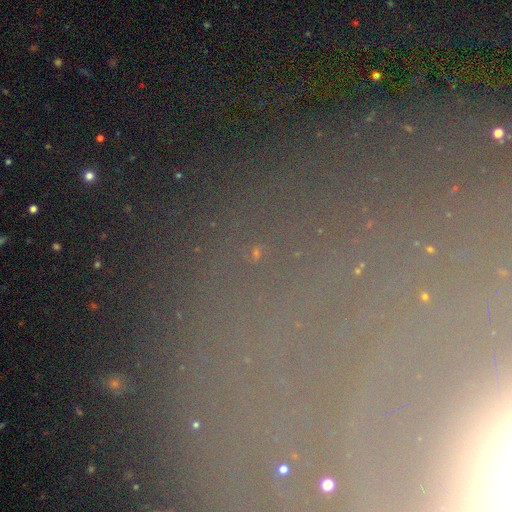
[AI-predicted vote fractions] Smooth or featured: star or artifact — 69% (smooth — 16%)